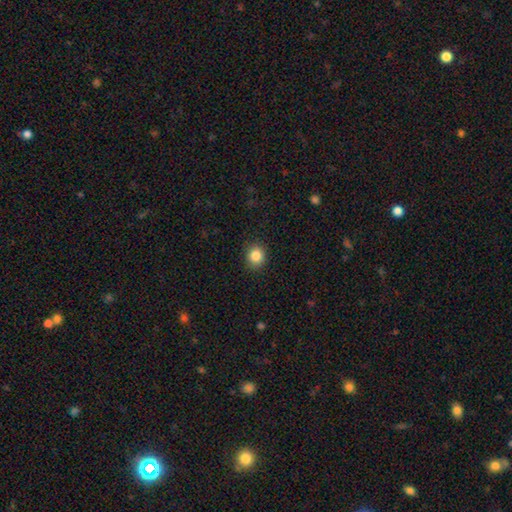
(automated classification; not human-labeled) The model was most divided on "how rounded": round: 78%, in between: 21%, cigar-shaped: 1%. More confident: merging — none (90%); smooth or featured — smooth (85%).